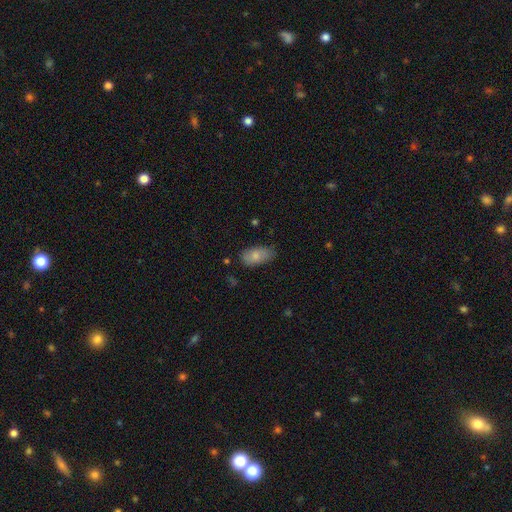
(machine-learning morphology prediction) Smooth or featured: smooth — 80% (featured or disk — 13%)
How rounded: in between — 92% (cigar-shaped — 4%)
Merging: none — 67% (minor disturbance — 25%)